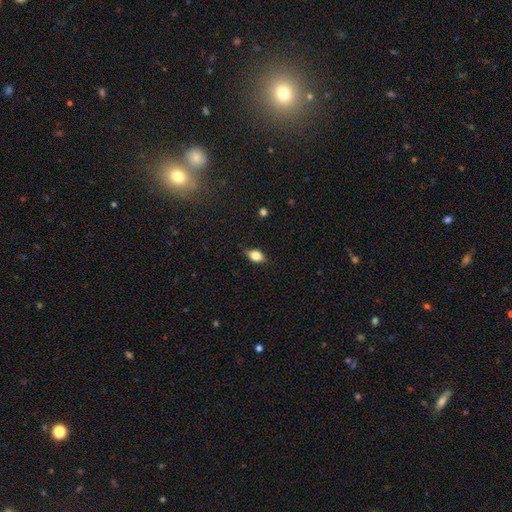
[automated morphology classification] A smooth galaxy with no disk features (80%) that is in between round and cigar-shaped (81%).

Vote fractions:
- Smooth or featured? smooth: 80% / featured or disk: 11% / star or artifact: 9%
- How rounded? in between: 81% / round: 16% / cigar-shaped: 3%
- Merging? none: 82% / minor disturbance: 14% / major disturbance: 3% / merger: 1%